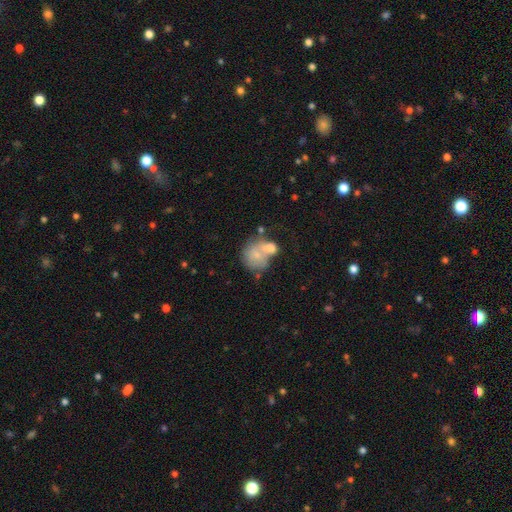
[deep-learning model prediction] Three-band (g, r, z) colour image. It shows a smooth galaxy with no disk features (62%) that is round (63%). Merging: merger (52%).